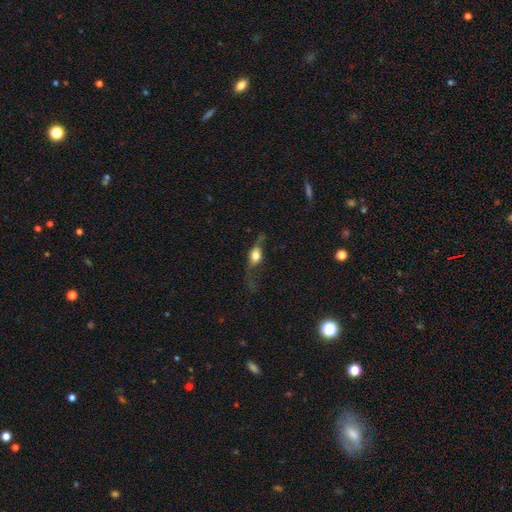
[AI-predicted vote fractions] Smooth or featured? smooth (61%)
How rounded? in between (67%)
Merging? none (38%)